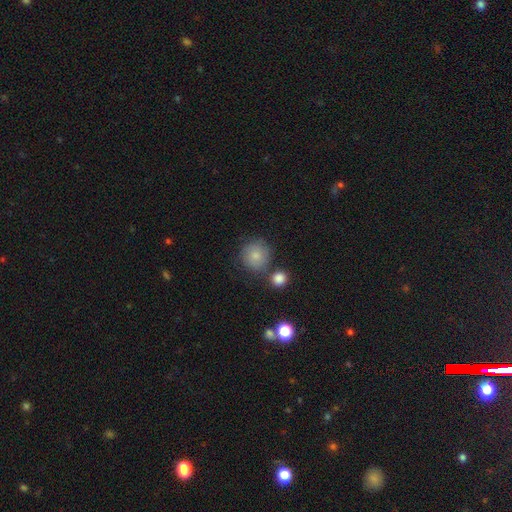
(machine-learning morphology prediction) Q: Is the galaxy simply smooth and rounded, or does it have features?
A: smooth — 82%.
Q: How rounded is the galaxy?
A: round — 91%.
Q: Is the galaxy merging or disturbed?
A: none — 70%.